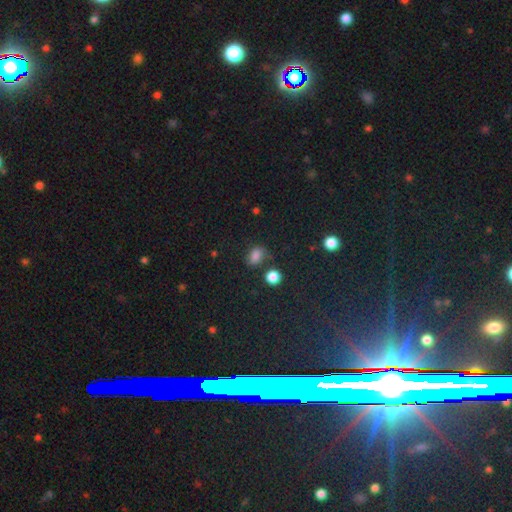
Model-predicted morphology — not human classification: Q: Smooth or featured?
A: smooth (76%); runner-up: star or artifact (15%)
Q: How rounded?
A: in between (68%); runner-up: round (30%)
Q: Merging?
A: none (58%); runner-up: minor disturbance (22%)